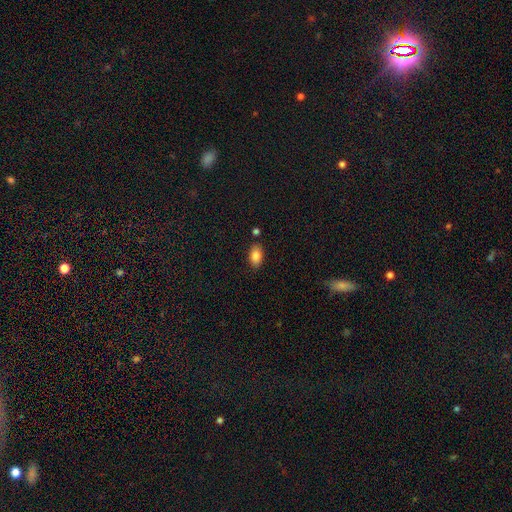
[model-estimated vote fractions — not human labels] Overall: smooth (86%). How rounded: in between (91%). Merging: none (81%).